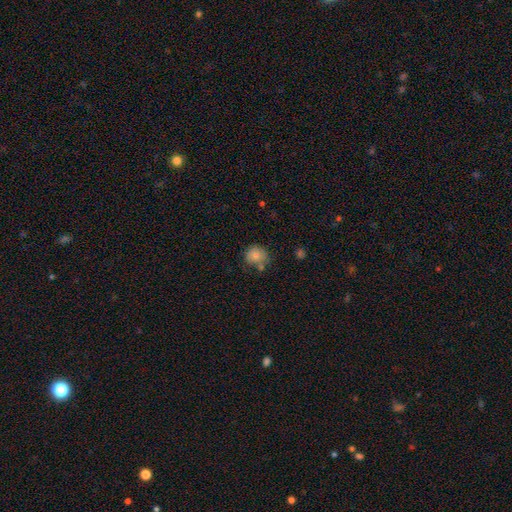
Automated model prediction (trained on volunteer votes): Morphology: type=smooth (78%); roundness=round (77%); merging=none (59%).